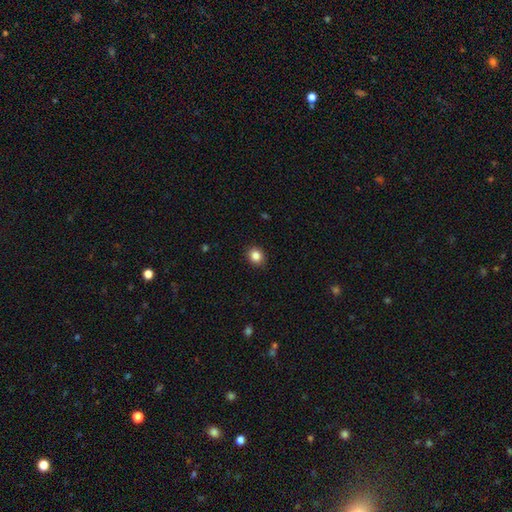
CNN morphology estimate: This appears to be a smooth galaxy with no disk features (85%) that is round (74%). Merging: none (91%).